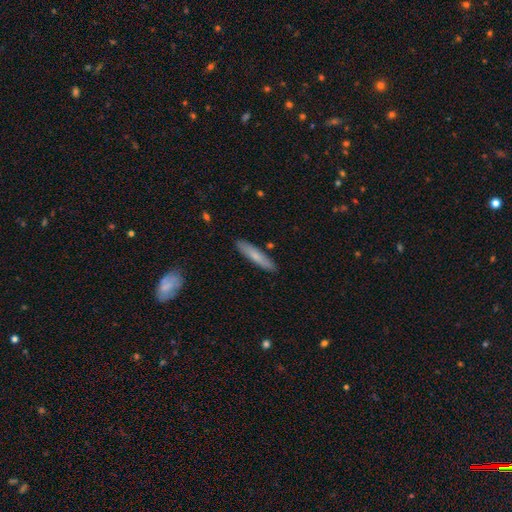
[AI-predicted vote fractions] smooth_or_featured: smooth (p=0.71) [alt: featured or disk p=0.23]
how_rounded: cigar-shaped (p=0.88) [alt: in between p=0.11]
merging: none (p=0.88) [alt: minor disturbance p=0.09]